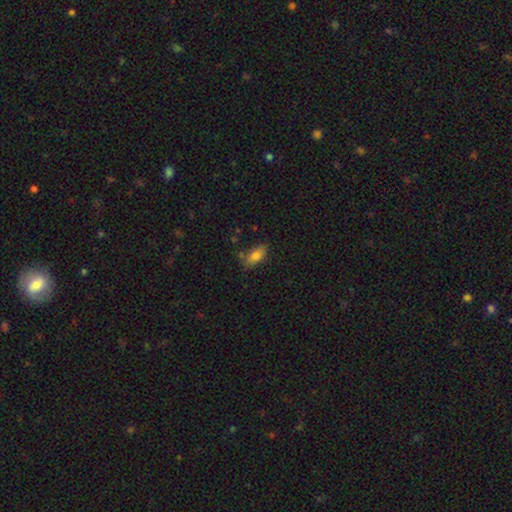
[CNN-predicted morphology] Smooth or featured? Predicted: smooth (p=0.81). How rounded? Predicted: in between (p=0.87). Merging? Predicted: none (p=0.68).